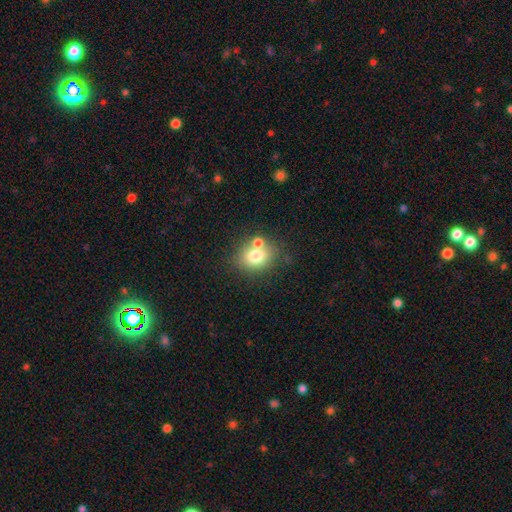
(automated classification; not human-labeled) Smooth or featured? Predicted: smooth (p=0.75). How rounded? Predicted: round (p=0.55). Merging? Predicted: none (p=0.59).